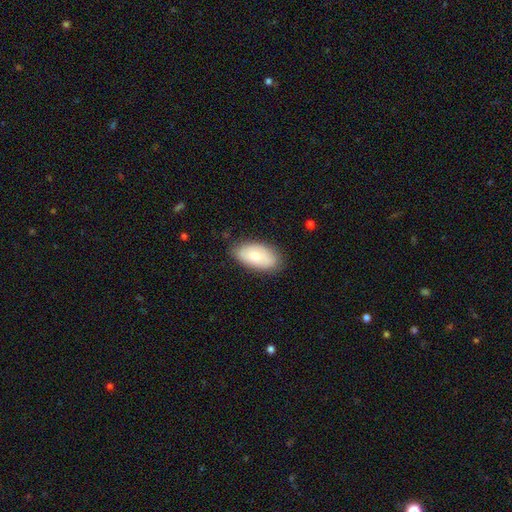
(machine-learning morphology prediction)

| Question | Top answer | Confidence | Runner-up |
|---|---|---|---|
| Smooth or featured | smooth | 71% | featured or disk (23%) |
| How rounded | in between | 94% | round (4%) |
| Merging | none | 79% | minor disturbance (17%) |